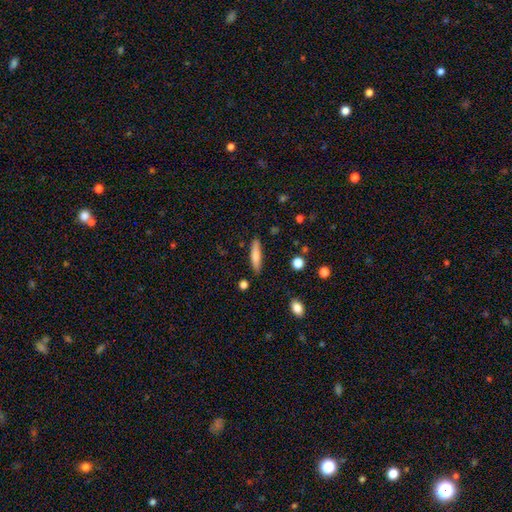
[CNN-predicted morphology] Overall: smooth (74%). How rounded: cigar-shaped (78%). Merging: none (84%).